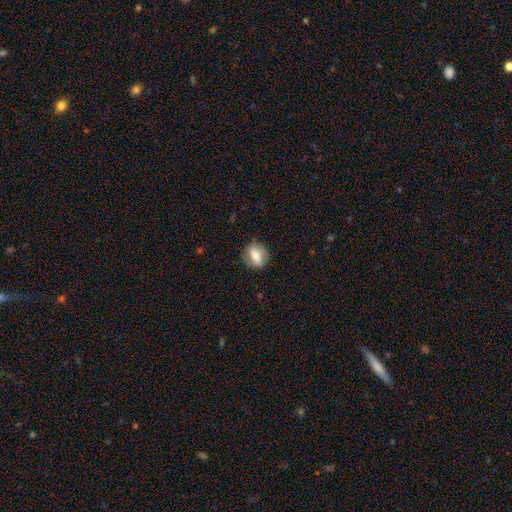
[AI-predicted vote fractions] This is possibly a smooth galaxy (55%). How rounded: possibly round (57%). Merging: clearly none (81%).